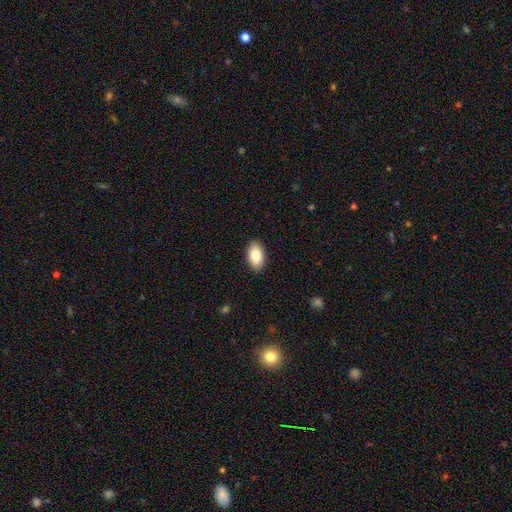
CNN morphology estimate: This is clearly a smooth galaxy (83%). How rounded: clearly in between (94%). Merging: clearly none (90%).